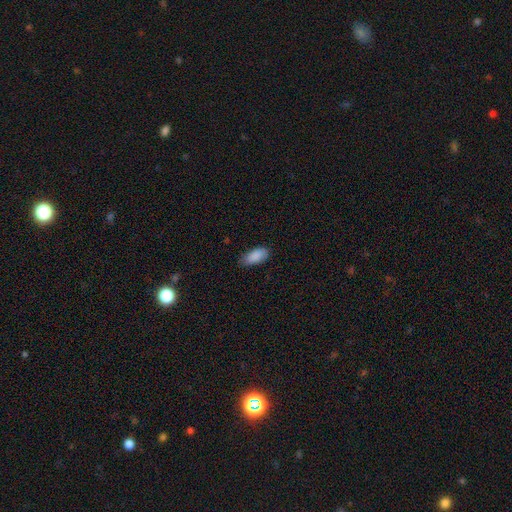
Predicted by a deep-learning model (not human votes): Morphology: type=smooth (89%); roundness=in between (88%); merging=none (77%).